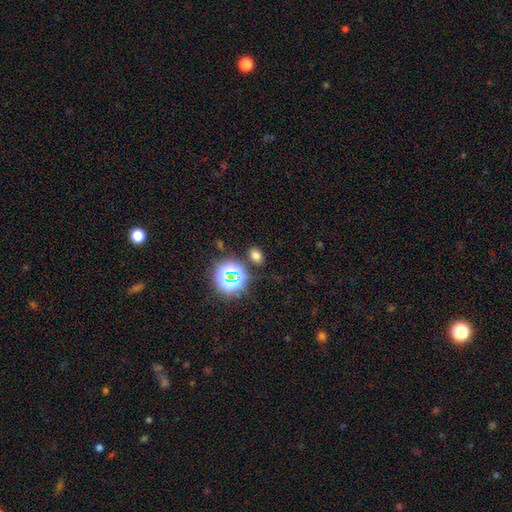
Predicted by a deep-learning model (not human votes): The model was most divided on "how rounded": in between: 68%, round: 31%, cigar-shaped: 1%. More confident: merging — none (83%); smooth or featured — smooth (68%).